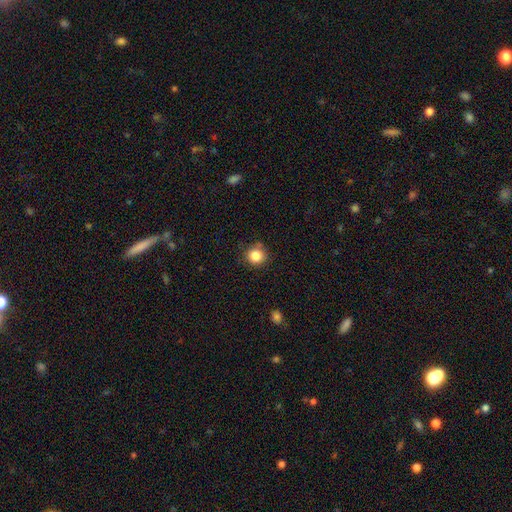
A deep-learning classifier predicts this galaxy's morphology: type=smooth (85%); roundness=round (92%); merging=none (82%).